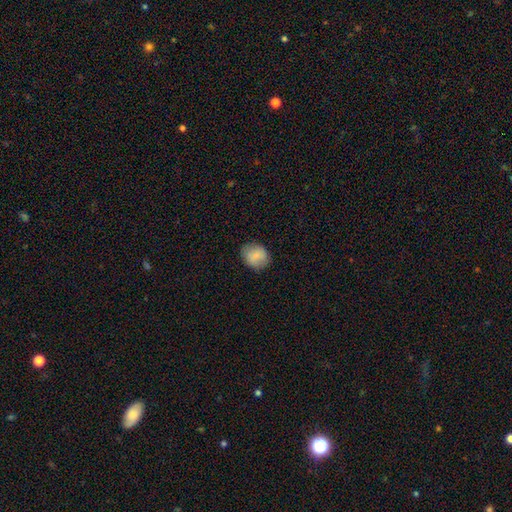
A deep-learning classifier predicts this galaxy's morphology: type=smooth (83%); roundness=round (67%); merging=none (83%).